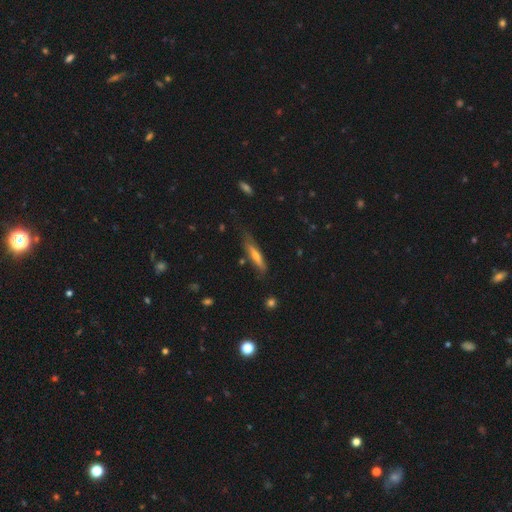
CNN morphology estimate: smooth 52%, featured or disk 41%, star or artifact 7%. Down the decision tree: how rounded — cigar-shaped (84%); merging — none (68%).